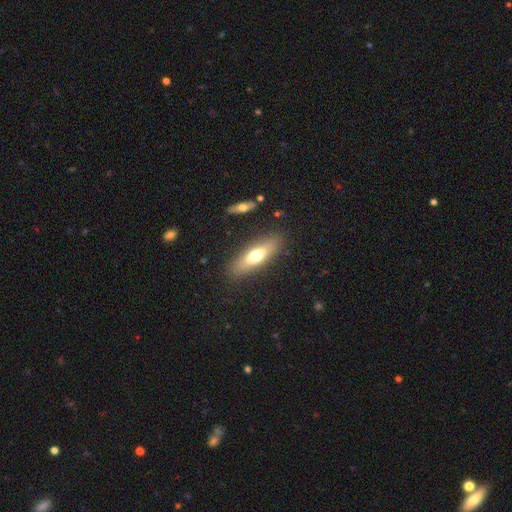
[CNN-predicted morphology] Smooth or featured? smooth (59%)
How rounded? cigar-shaped (52%)
Merging? none (85%)